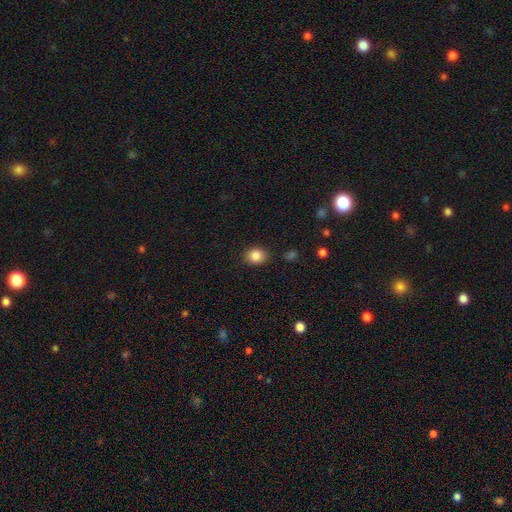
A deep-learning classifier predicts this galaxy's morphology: This is clearly a smooth galaxy (86%). How rounded: possibly round (54%). Merging: clearly none (85%).